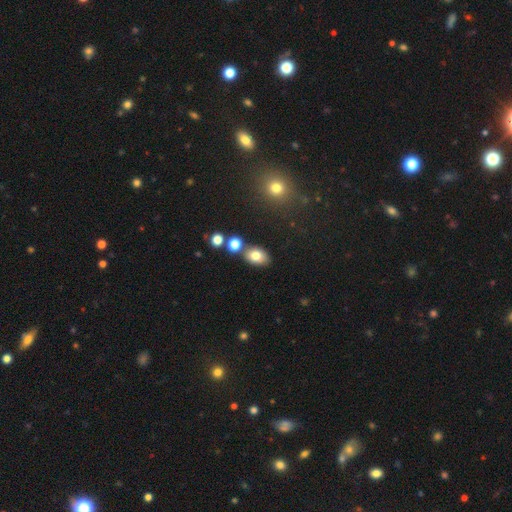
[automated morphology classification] smooth_or_featured: smooth (p=0.78) [alt: featured or disk p=0.12]
how_rounded: in between (p=0.80) [alt: round p=0.18]
merging: none (p=0.72) [alt: merger p=0.12]